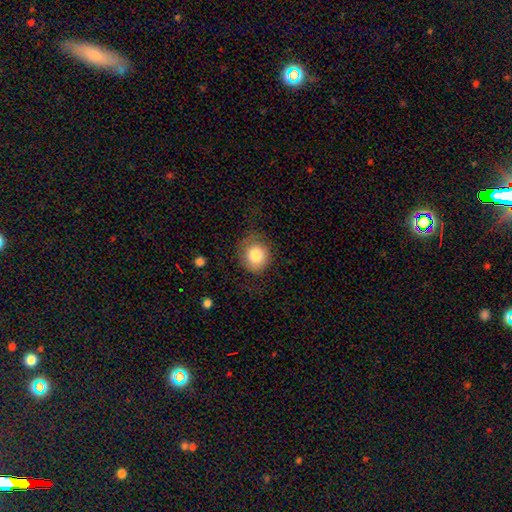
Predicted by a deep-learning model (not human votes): Smooth or featured?
  - smooth: 81% *
  - featured or disk: 11%
  - star or artifact: 9%
How rounded?
  - round: 84% *
  - in between: 15%
  - cigar-shaped: 1%
Merging?
  - none: 71% *
  - minor disturbance: 19%
  - major disturbance: 8%
  - merger: 1%